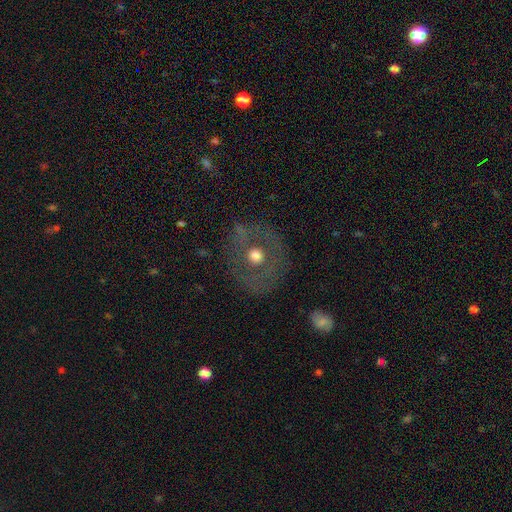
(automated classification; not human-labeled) smooth 49%, featured or disk 39%, star or artifact 12%. Down the decision tree: merging — none (81%).